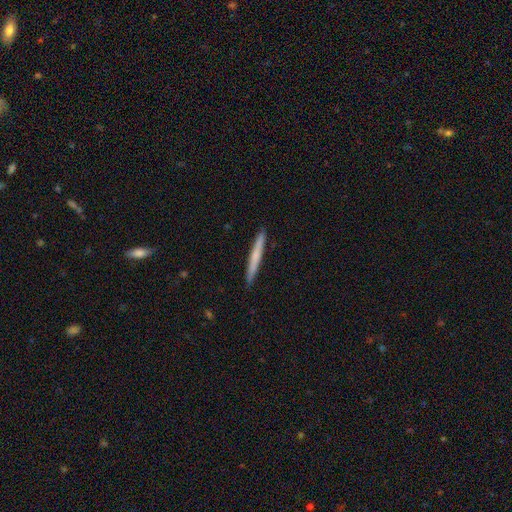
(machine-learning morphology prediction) A smooth galaxy with no disk features (56%) that is cigar-shaped (97%).

Vote fractions:
- Smooth or featured? smooth: 56% / featured or disk: 38% / star or artifact: 6%
- How rounded? cigar-shaped: 97% / in between: 2% / round: 1%
- Merging? none: 92% / minor disturbance: 6% / major disturbance: 1% / merger: 1%